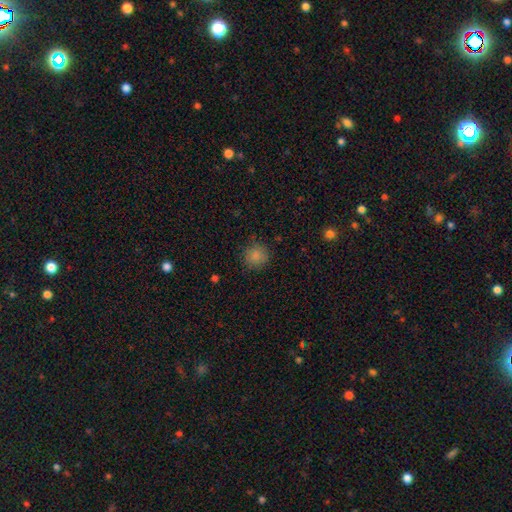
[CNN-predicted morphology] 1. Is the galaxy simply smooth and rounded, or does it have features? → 85% smooth, 11% star or artifact, 5% featured or disk.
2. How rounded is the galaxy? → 92% round, 7% in between, 1% cigar-shaped.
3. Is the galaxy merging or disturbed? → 83% none, 12% minor disturbance, 3% major disturbance, 1% merger.